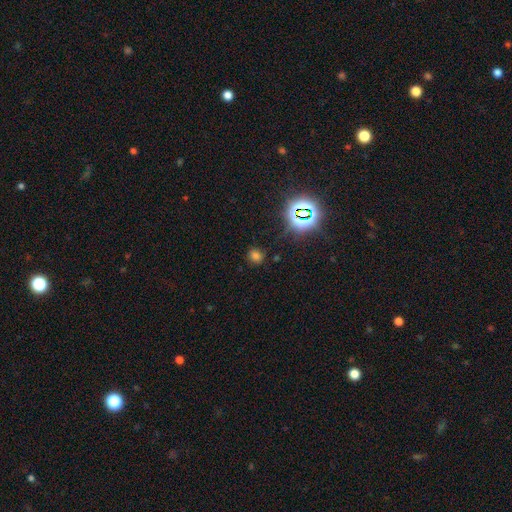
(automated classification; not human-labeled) Smooth or featured? Predicted: smooth (p=0.66). How rounded? Predicted: round (p=0.75). Merging? Predicted: none (p=0.84).